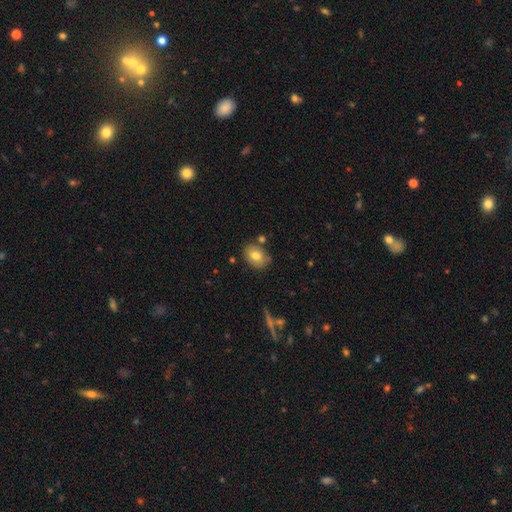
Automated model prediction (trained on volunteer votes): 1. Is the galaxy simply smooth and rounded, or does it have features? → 75% smooth, 16% featured or disk, 9% star or artifact.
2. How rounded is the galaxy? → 63% in between, 36% round, 1% cigar-shaped.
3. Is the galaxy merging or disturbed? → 76% none, 14% minor disturbance, 7% merger, 3% major disturbance.